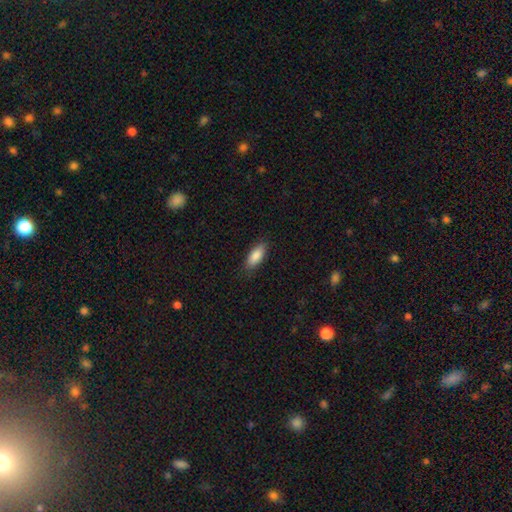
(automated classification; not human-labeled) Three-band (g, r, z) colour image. It shows a smooth galaxy with no disk features (87%) that is in between round and cigar-shaped (79%). Merging: none (84%).